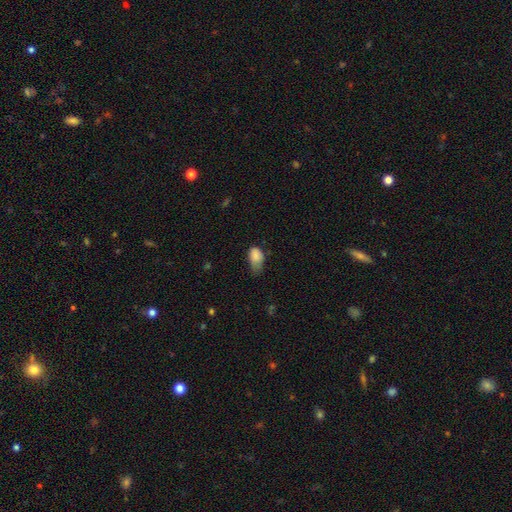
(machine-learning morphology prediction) A smooth galaxy with no disk features (84%) that is in between round and cigar-shaped (88%).

Vote fractions:
- Smooth or featured? smooth: 84% / star or artifact: 8% / featured or disk: 8%
- How rounded? in between: 88% / round: 11% / cigar-shaped: 2%
- Merging? minor disturbance: 49% / none: 27% / major disturbance: 21% / merger: 2%